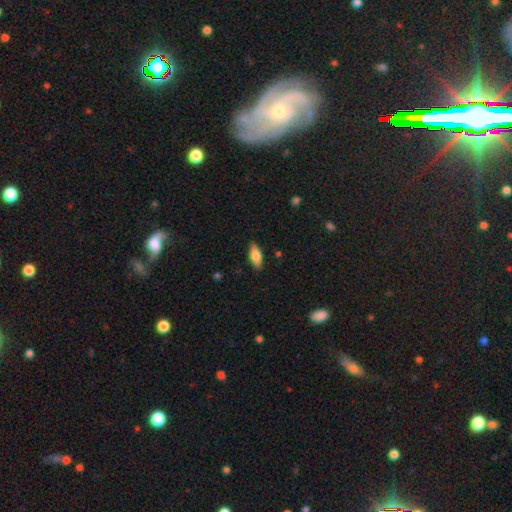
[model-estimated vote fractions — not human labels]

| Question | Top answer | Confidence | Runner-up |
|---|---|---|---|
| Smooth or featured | smooth | 75% | featured or disk (18%) |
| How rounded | in between | 76% | cigar-shaped (21%) |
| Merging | none | 87% | minor disturbance (10%) |